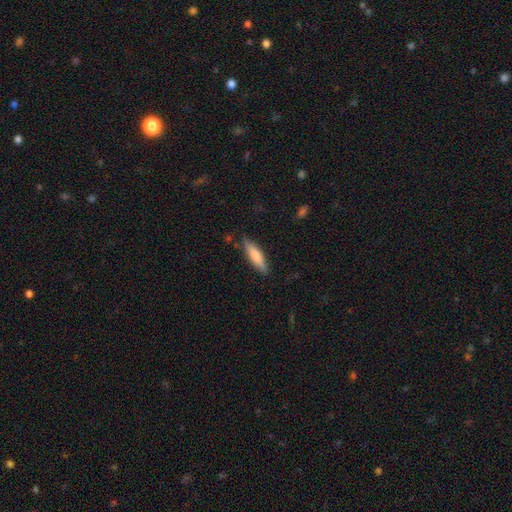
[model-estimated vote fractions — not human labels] This appears to be a smooth galaxy with no disk features (72%) that is cigar-shaped (70%). Merging: none (83%).